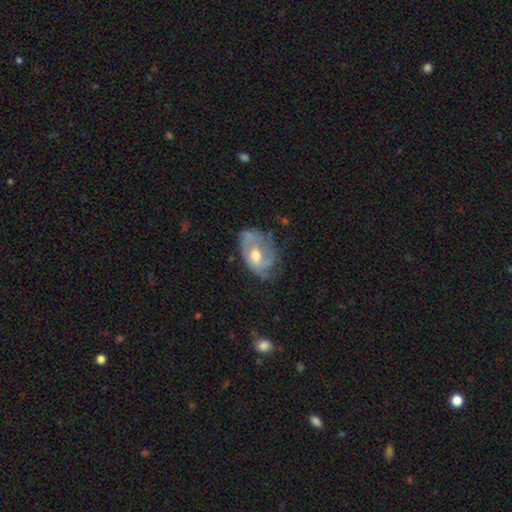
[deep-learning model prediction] smooth_or_featured: featured or disk (p=0.64) [alt: smooth p=0.29]
disk_edge_on: no (p=0.95) [alt: yes p=0.05]
bar: no (p=0.71) [alt: weak p=0.25]
has_spiral_arms: yes (p=0.65) [alt: no p=0.35]
bulge_size: moderate (p=0.75) [alt: small p=0.13]
merging: none (p=0.47) [alt: minor disturbance p=0.33]